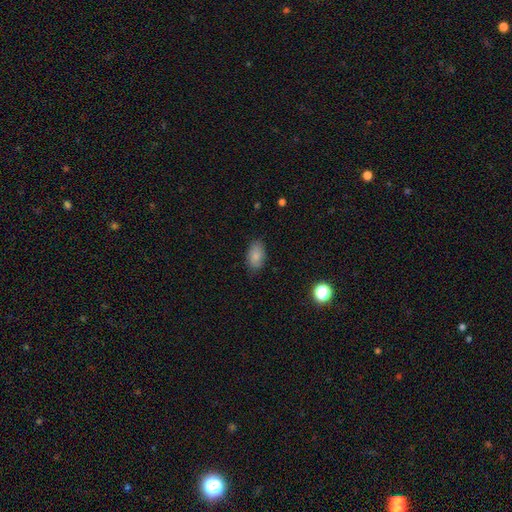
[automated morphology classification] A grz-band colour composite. It shows a smooth galaxy with no disk features (84%) that is in between round and cigar-shaped (92%). Merging: none (82%).